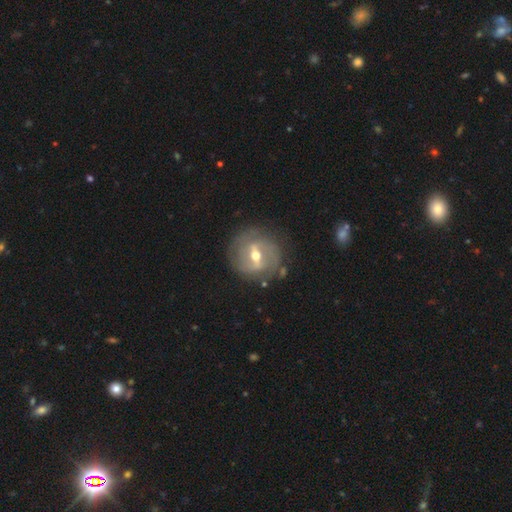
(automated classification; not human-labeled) featured or disk 79%, smooth 15%, star or artifact 6%. Down the decision tree: edge-on disk — no (92%); bar — strong (54%); spiral arms — yes (74%); spiral arm count — 2 (60%); spiral winding — tight (46%); bulge size — moderate (72%); merging — none (78%).